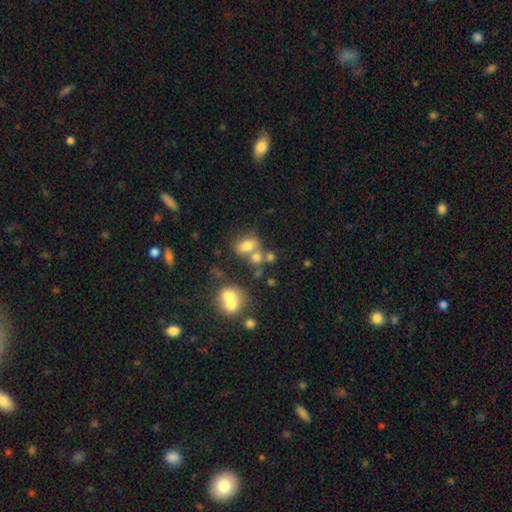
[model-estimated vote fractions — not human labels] Smooth or featured? smooth (62%)
How rounded? in between (60%)
Merging? none (41%)